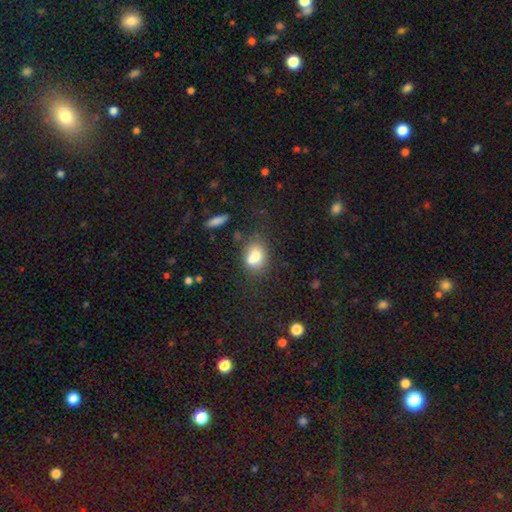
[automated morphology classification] A smooth galaxy with no disk features (71%) that is in between round and cigar-shaped (57%). Merging: none (40%, tied with merger).